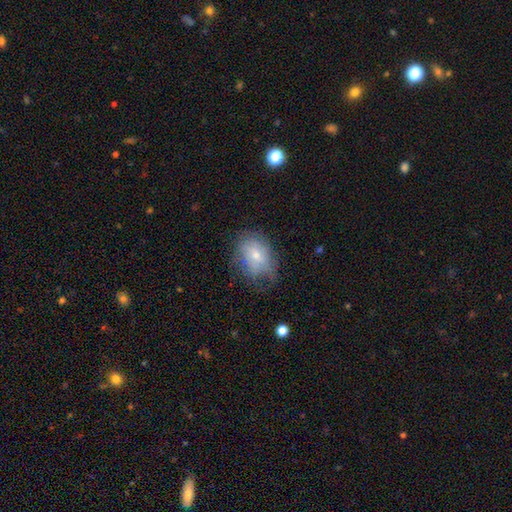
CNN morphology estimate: smooth-or-featured: smooth: 63% | featured or disk: 28% | star or artifact: 10%
  how-rounded: in between: 67% | round: 31% | cigar-shaped: 1%
  merging: none: 49% | minor disturbance: 32% | major disturbance: 18% | merger: 2%